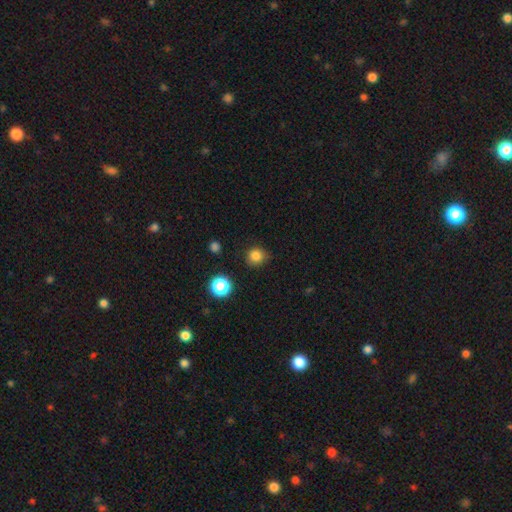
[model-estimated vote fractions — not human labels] A smooth galaxy with no disk features (82%) that is round (90%).

Vote fractions:
- Smooth or featured? smooth: 82% / star or artifact: 14% / featured or disk: 4%
- How rounded? round: 90% / in between: 9% / cigar-shaped: 1%
- Merging? none: 81% / minor disturbance: 14% / major disturbance: 3% / merger: 2%